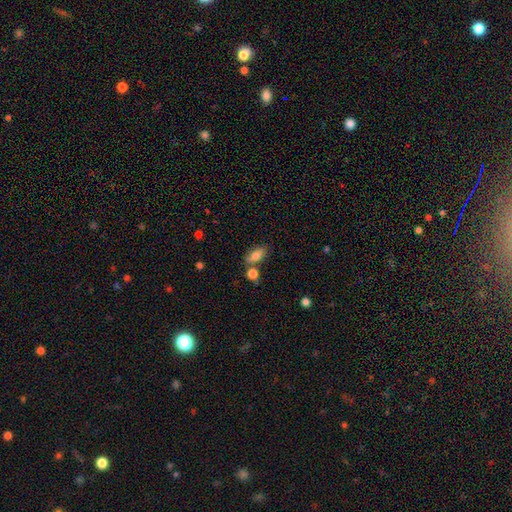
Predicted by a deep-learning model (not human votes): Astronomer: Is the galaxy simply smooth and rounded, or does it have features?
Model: smooth — 77%.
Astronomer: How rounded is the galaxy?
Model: in between — 81%.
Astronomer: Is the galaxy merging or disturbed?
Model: none — 64%.